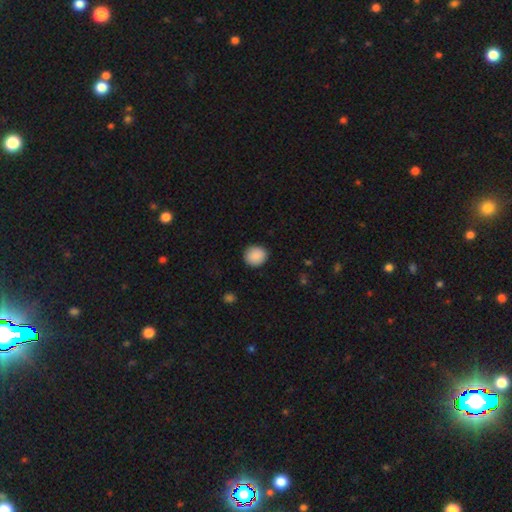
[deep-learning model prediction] A smooth galaxy with no disk features (89%) that is round (85%). Merging: none (90%).